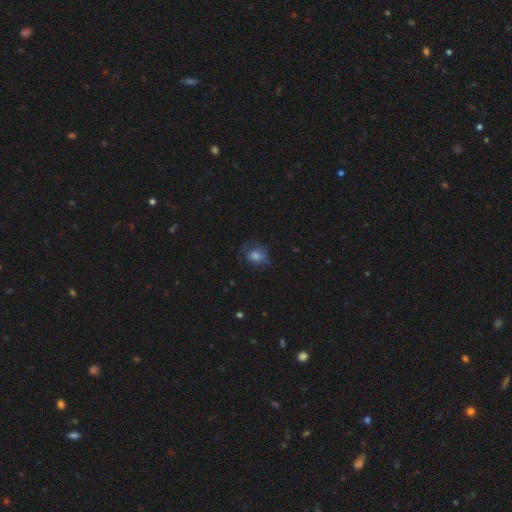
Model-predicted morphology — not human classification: A smooth galaxy with no disk features (63%) that is round (56%).

Vote fractions:
- Smooth or featured? smooth: 63% / featured or disk: 21% / star or artifact: 16%
- How rounded? round: 56% / in between: 43% / cigar-shaped: 1%
- Merging? none: 53% / minor disturbance: 26% / major disturbance: 20% / merger: 2%